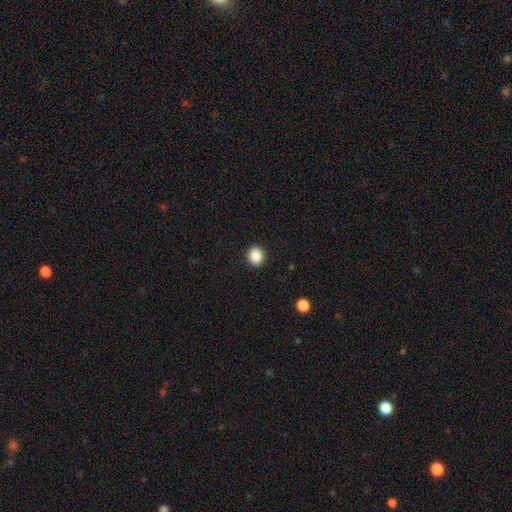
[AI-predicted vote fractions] This is clearly a smooth galaxy (88%). How rounded: possibly round (60%). Merging: clearly none (91%).